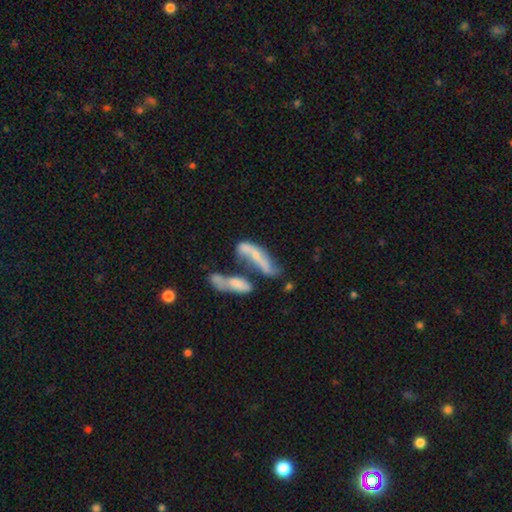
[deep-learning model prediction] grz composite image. It shows a featured or disk galaxy (55%). Merging: merger (50%).